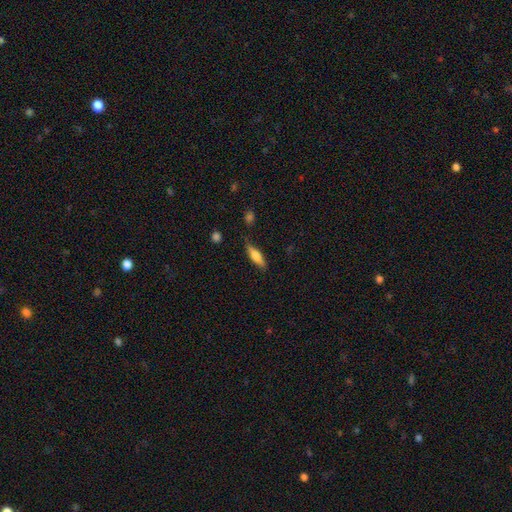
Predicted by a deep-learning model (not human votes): A smooth galaxy with no disk features (66%) that is cigar-shaped (56%).

Vote fractions:
- Smooth or featured? smooth: 66% / featured or disk: 28% / star or artifact: 6%
- How rounded? cigar-shaped: 56% / in between: 42% / round: 2%
- Merging? none: 77% / minor disturbance: 17% / major disturbance: 4% / merger: 2%